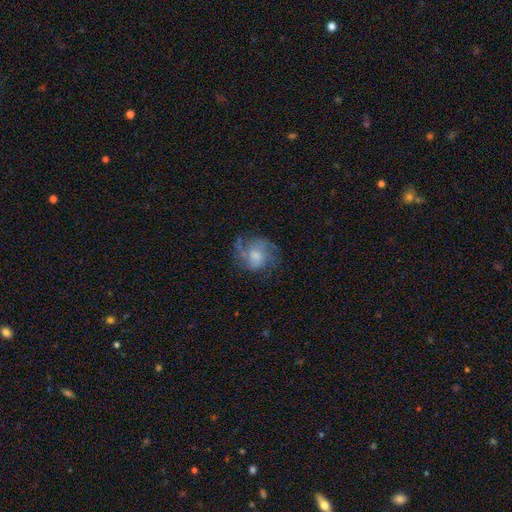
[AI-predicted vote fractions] Smooth or featured? Predicted: featured or disk (p=0.58). Edge-on disk? Predicted: no (p=0.98). Bar? Predicted: no (p=0.67). Spiral arms? Predicted: yes (p=0.81). Bulge size? Predicted: moderate (p=0.39). Merging? Predicted: none (p=0.52).